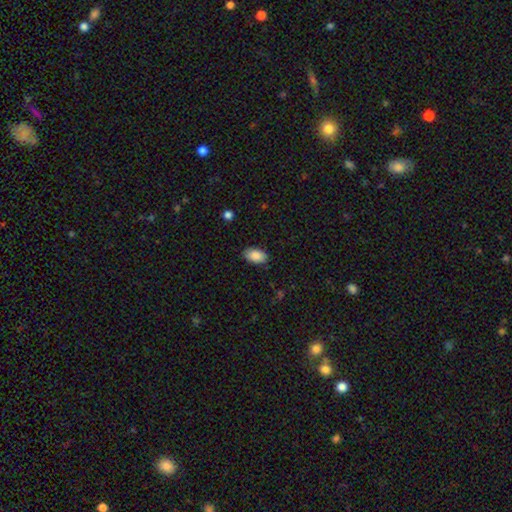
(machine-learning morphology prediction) smooth 88%, star or artifact 7%, featured or disk 5%. Down the decision tree: how rounded — in between (94%); merging — none (86%).